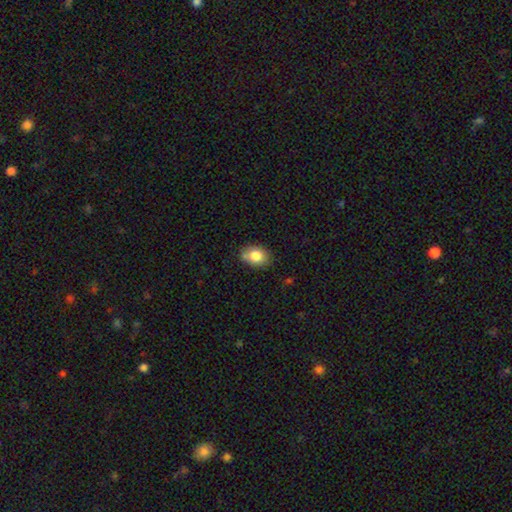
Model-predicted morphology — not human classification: Overall: smooth (81%). How rounded: in between (67%; round 32%). Merging: none (71%).